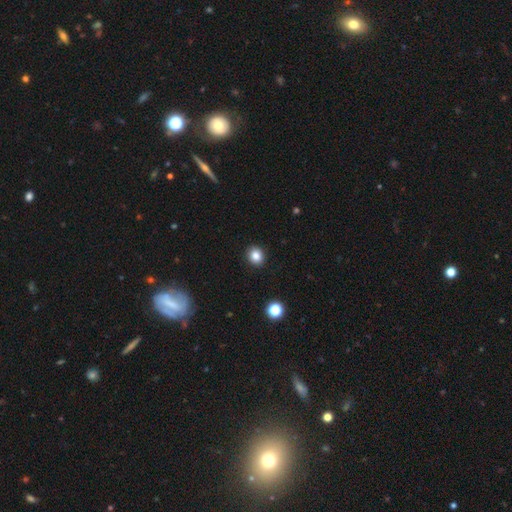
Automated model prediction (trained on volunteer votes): A smooth galaxy with no disk features (85%) that is round (73%). Merging: none (91%).